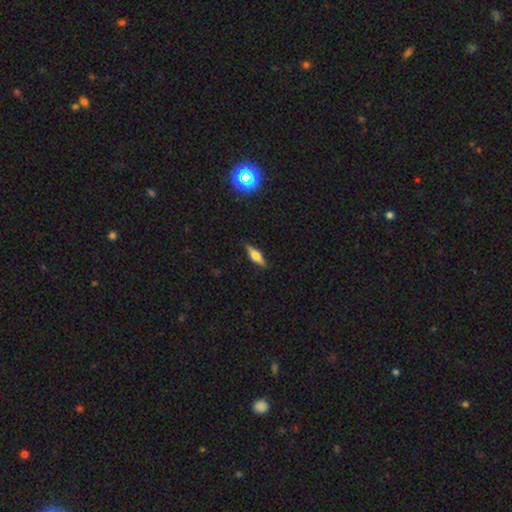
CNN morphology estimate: Overall: featured or disk (52%; smooth 40%). Edge-on disk: yes (93%). Merging: none (85%).